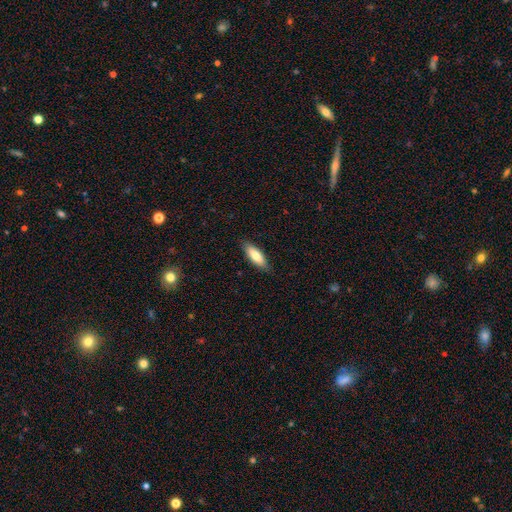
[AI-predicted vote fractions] Overall: smooth (78%). How rounded: in between (58%; cigar-shaped 40%). Merging: none (86%).